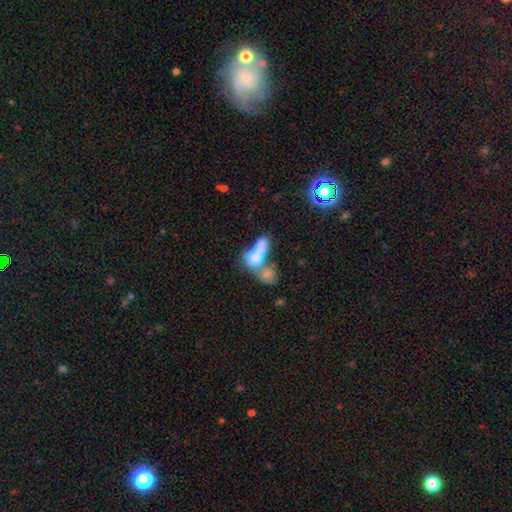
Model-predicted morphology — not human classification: smooth_or_featured: smooth (p=0.65) [alt: featured or disk p=0.25]
how_rounded: in between (p=0.56) [alt: round p=0.34]
merging: merger (p=0.71) [alt: none p=0.13]